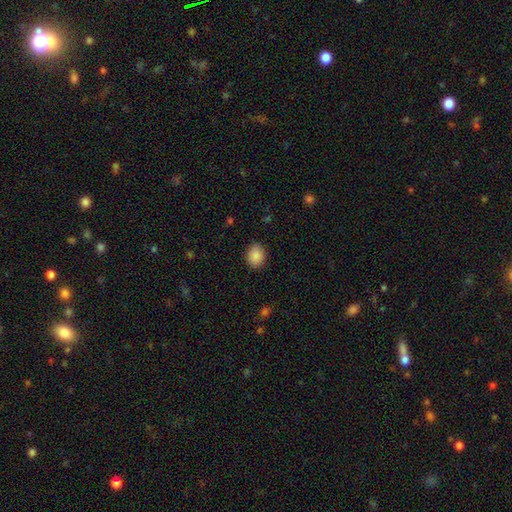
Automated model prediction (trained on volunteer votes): This appears to be a smooth galaxy with no disk features (88%) that is round (57%). Merging: none (87%).